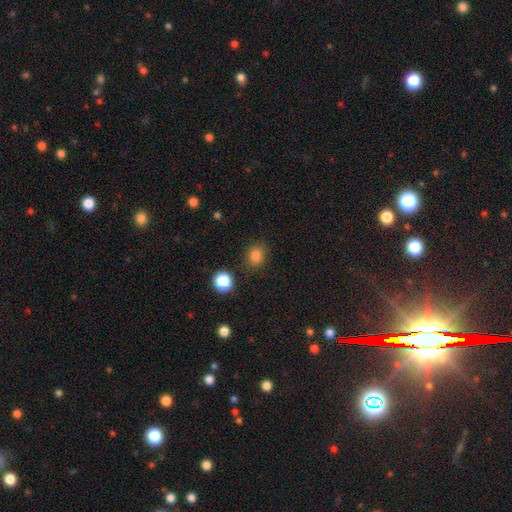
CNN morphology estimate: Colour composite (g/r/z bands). It shows a smooth galaxy with no disk features (82%) that is round (63%). Merging: none (82%).